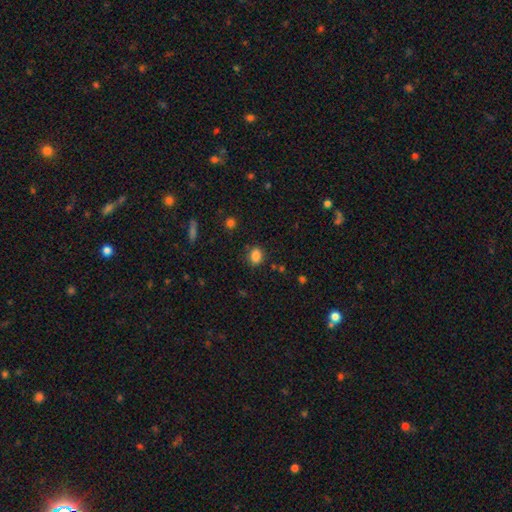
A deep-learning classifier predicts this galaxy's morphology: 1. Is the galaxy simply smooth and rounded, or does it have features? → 85% smooth, 11% star or artifact, 4% featured or disk.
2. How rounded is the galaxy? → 57% in between, 41% round, 1% cigar-shaped.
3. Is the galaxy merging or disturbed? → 82% none, 12% minor disturbance, 3% major disturbance, 3% merger.